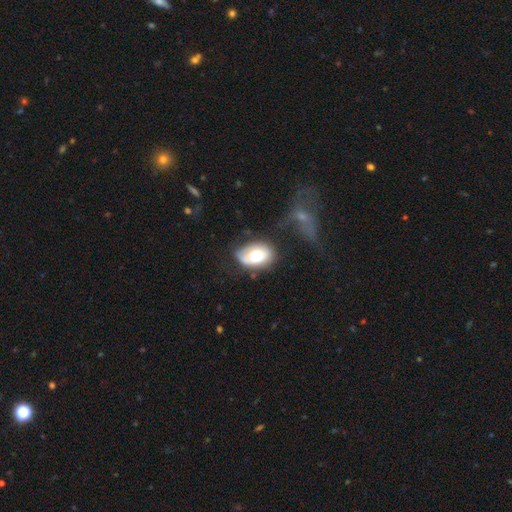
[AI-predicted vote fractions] smooth_or_featured: smooth (p=0.63) [alt: featured or disk p=0.30]
how_rounded: in between (p=0.86) [alt: round p=0.13]
merging: none (p=0.50) [alt: minor disturbance p=0.26]